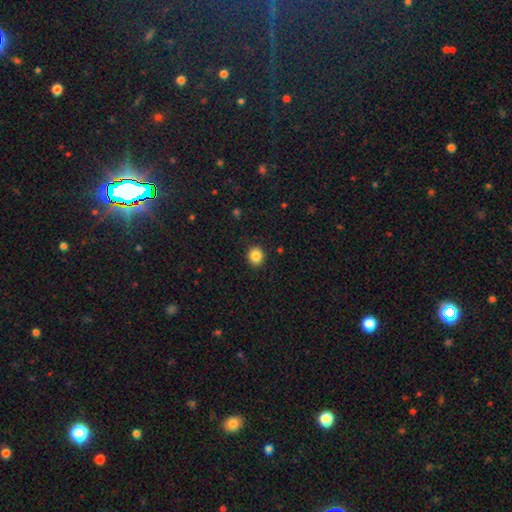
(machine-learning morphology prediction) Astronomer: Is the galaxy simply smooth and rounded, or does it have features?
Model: smooth — 86%.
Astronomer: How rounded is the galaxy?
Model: round — 77%.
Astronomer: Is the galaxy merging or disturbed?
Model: none — 91%.